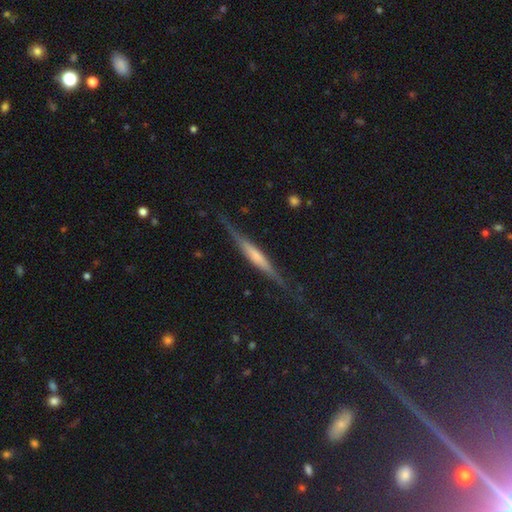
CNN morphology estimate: Smooth or featured?
  - featured or disk: 68% *
  - smooth: 24%
  - star or artifact: 8%
Edge-on disk?
  - yes: 96% *
  - no: 4%
Edge-on bulge?
  - rounded: 35% *
  - boxy: 33%
  - none: 32%
Merging?
  - none: 79% *
  - minor disturbance: 15%
  - major disturbance: 4%
  - merger: 2%